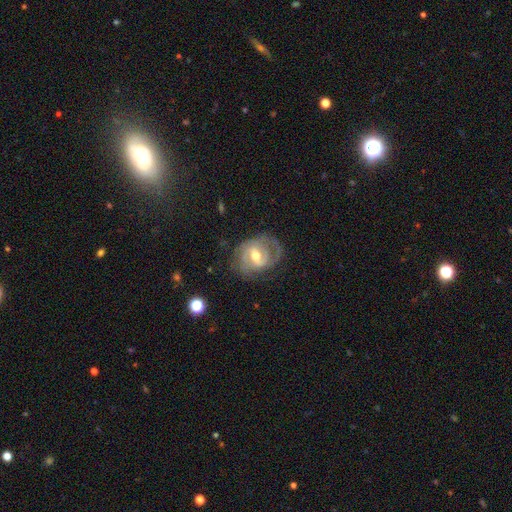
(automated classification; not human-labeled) Smooth or featured? featured or disk (82%)
Edge-on disk? no (97%)
Bar? weak (52%)
Spiral arms? yes (88%)
Spiral winding? tight (49%)
Spiral arm count? 2 (51%)
Bulge size? moderate (73%)
Merging? none (62%)